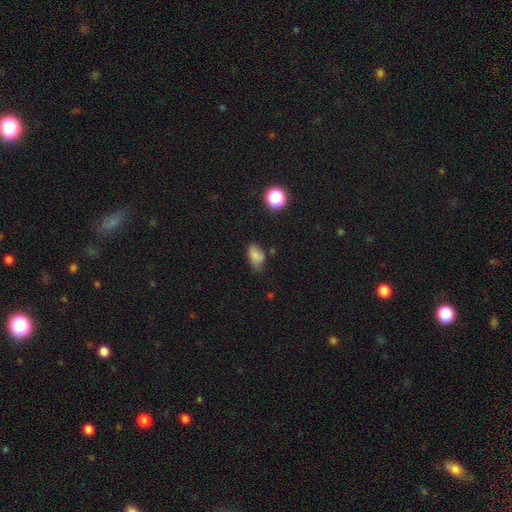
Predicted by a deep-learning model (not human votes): smooth_or_featured: smooth (p=0.73) [alt: featured or disk p=0.15]
how_rounded: in between (p=0.87) [alt: round p=0.11]
merging: none (p=0.50) [alt: minor disturbance p=0.37]